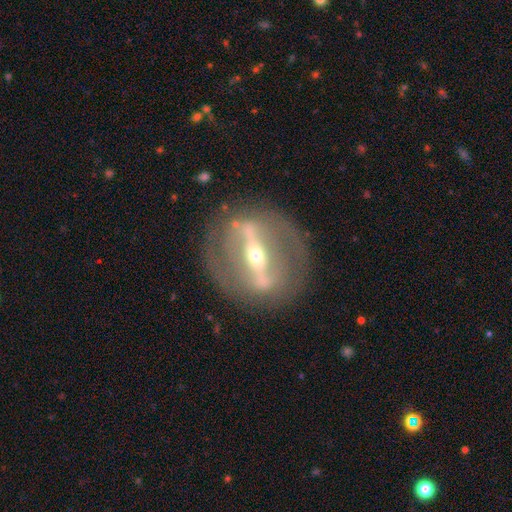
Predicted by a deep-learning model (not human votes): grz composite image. It shows a featured or disk galaxy (83%) with a strong bar (84%), no spiral arms (68%) and a small central bulge (49%). Merging: none (80%).